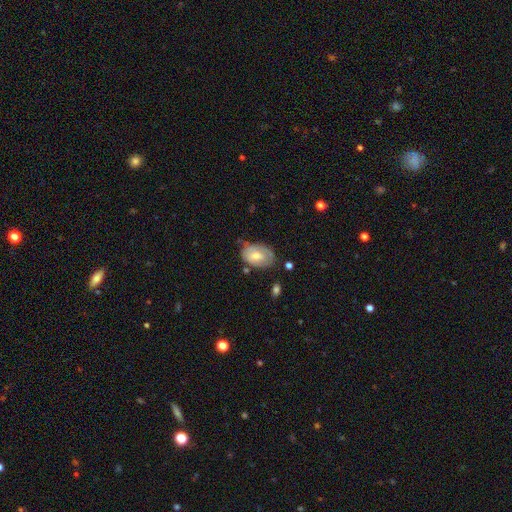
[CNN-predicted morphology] Smooth or featured? smooth (56%)
How rounded? in between (86%)
Merging? none (54%)